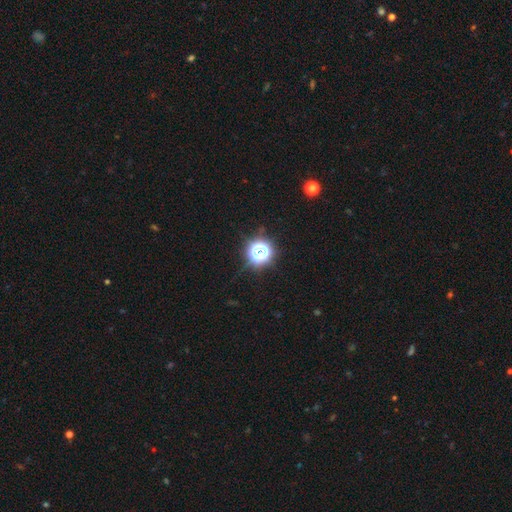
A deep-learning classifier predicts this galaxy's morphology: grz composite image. It shows a star or artifact, not a galaxy (58%).